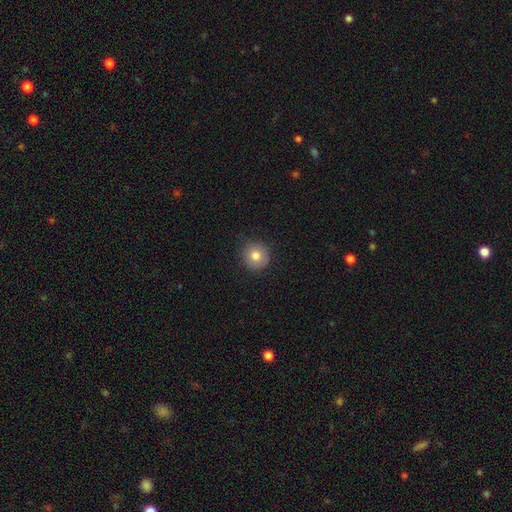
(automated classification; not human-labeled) Smooth or featured? smooth (79%)
How rounded? round (94%)
Merging? none (87%)